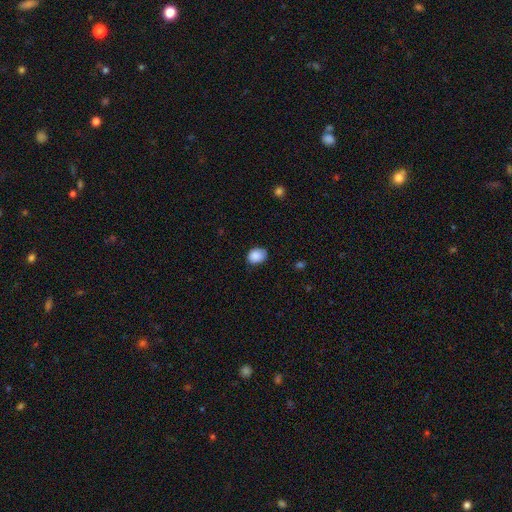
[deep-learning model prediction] Smooth or featured: smooth — 88% (star or artifact — 8%)
How rounded: in between — 55% (round — 44%)
Merging: none — 73% (minor disturbance — 22%)